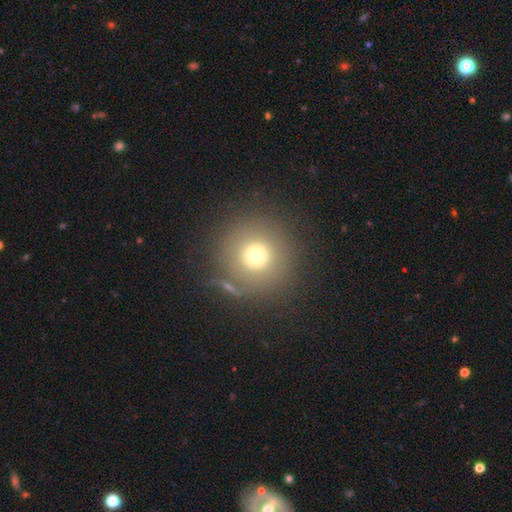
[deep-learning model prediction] This appears to be a smooth galaxy with no disk features (69%) that is round (96%). Merging: none (79%).